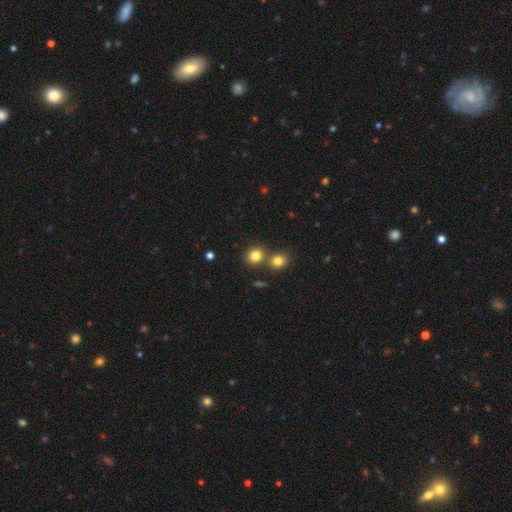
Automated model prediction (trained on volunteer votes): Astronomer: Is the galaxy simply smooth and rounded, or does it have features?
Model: smooth — 81%.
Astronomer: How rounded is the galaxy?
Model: round — 84%.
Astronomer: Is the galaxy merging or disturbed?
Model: none — 65%.